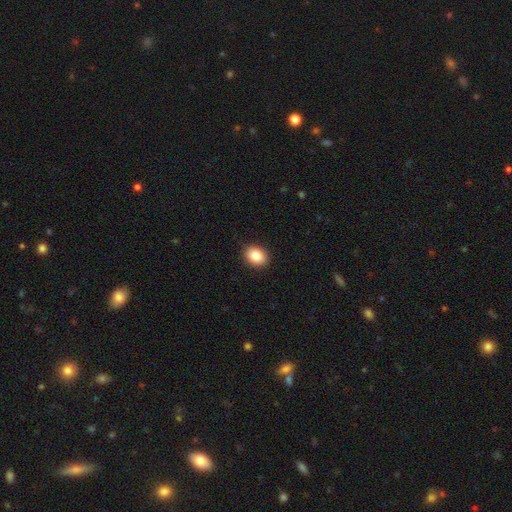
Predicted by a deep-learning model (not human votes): This appears to be a smooth galaxy with no disk features (86%) that is in between round and cigar-shaped (58%). Merging: none (90%).